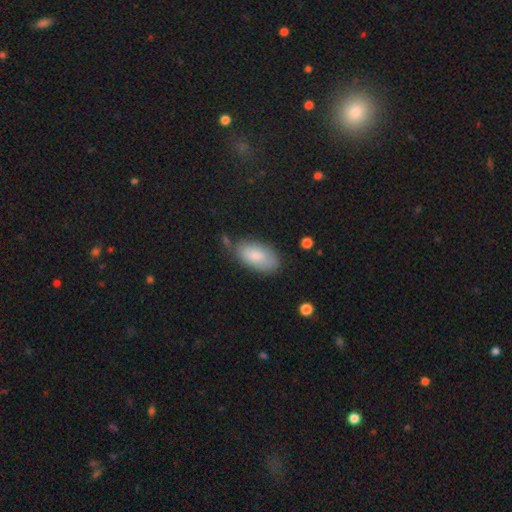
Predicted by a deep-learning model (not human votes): smooth-or-featured: smooth: 81% | featured or disk: 13% | star or artifact: 6%
  how-rounded: in between: 94% | cigar-shaped: 3% | round: 3%
  merging: none: 69% | minor disturbance: 21% | merger: 5% | major disturbance: 5%